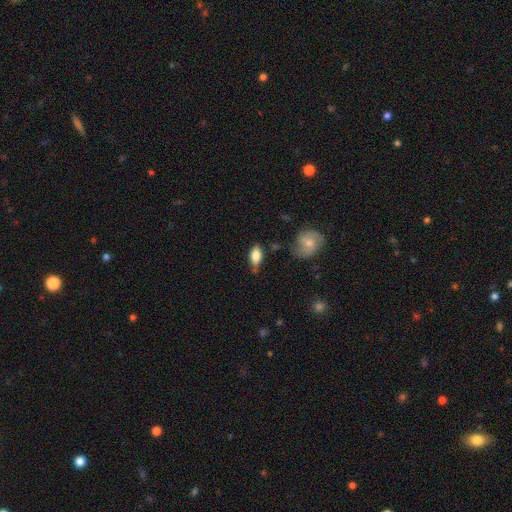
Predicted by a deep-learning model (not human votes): Q: Smooth or featured?
A: smooth (76%); runner-up: featured or disk (17%)
Q: How rounded?
A: in between (86%); runner-up: cigar-shaped (9%)
Q: Merging?
A: none (62%); runner-up: minor disturbance (27%)